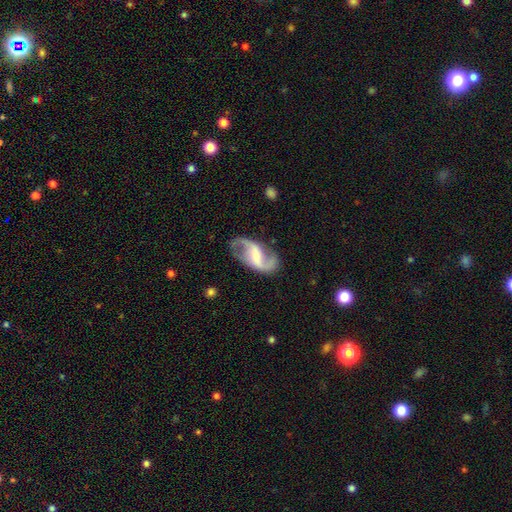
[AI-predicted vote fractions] This appears to be a featured or disk galaxy (88%) with a weak bar (47%), 2 (93%) loose (58%) spiral arms (97%) and a small central bulge (39%). Merging: none (78%).